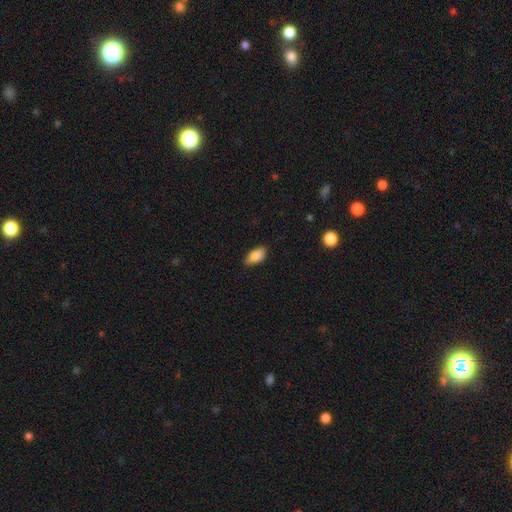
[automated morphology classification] type=smooth (87%); roundness=in between (92%); merging=none (79%).